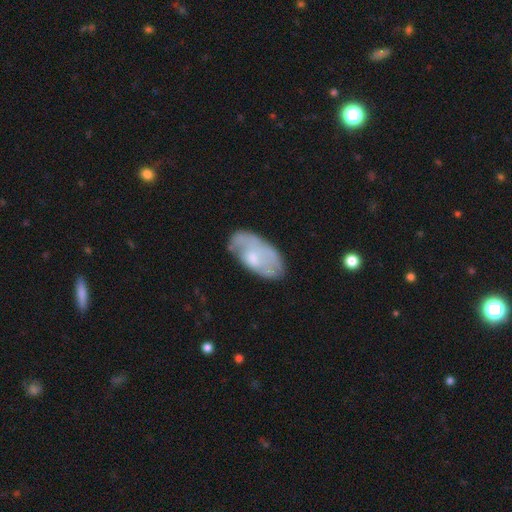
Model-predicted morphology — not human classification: smooth-or-featured: featured or disk: 47% | smooth: 46% | star or artifact: 7%
  merging: none: 58% | minor disturbance: 28% | major disturbance: 11% | merger: 3%